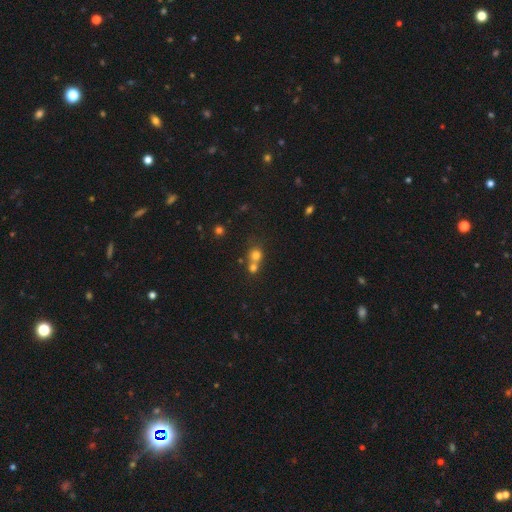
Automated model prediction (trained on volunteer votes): This appears to be a smooth galaxy with no disk features (73%) that is round (84%). Merging: merger (55%).